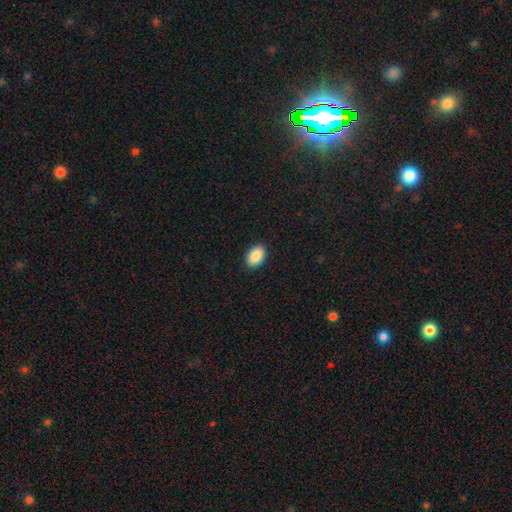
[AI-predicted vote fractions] A smooth galaxy with no disk features (90%) that is in between round and cigar-shaped (91%).

Vote fractions:
- Smooth or featured? smooth: 90% / star or artifact: 6% / featured or disk: 4%
- How rounded? in between: 91% / round: 8% / cigar-shaped: 1%
- Merging? none: 90% / minor disturbance: 7% / major disturbance: 2% / merger: 1%